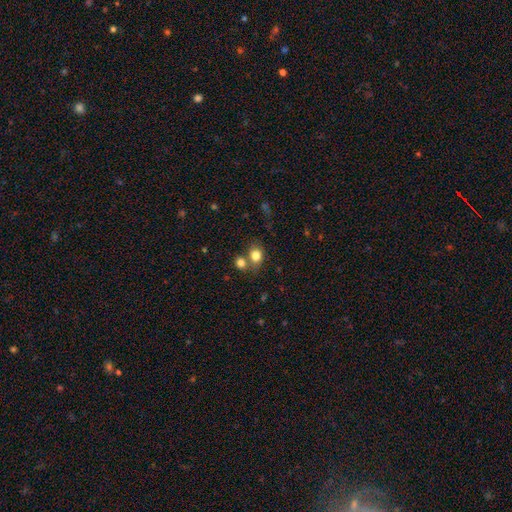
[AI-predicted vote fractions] smooth_or_featured: smooth (p=0.81) [alt: star or artifact p=0.11]
how_rounded: round (p=0.56) [alt: in between p=0.43]
merging: none (p=0.51) [alt: merger p=0.34]